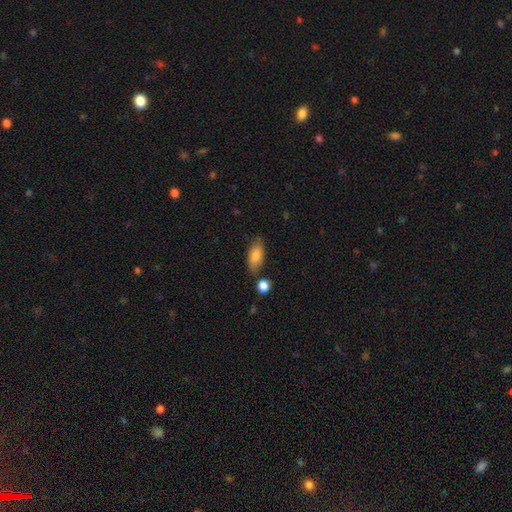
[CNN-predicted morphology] Smooth or featured? Predicted: smooth (p=0.82). How rounded? Predicted: in between (p=0.87). Merging? Predicted: none (p=0.74).